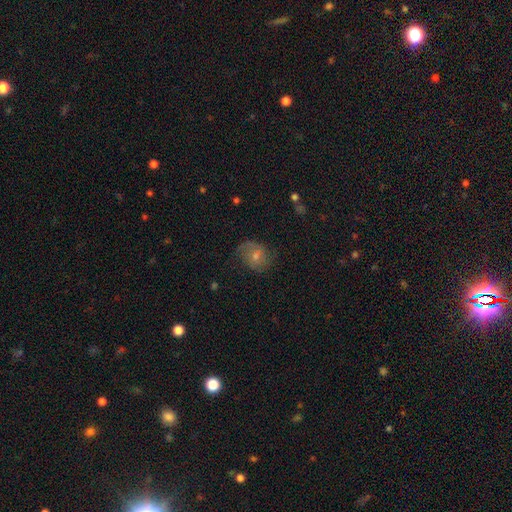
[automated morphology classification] Q: Smooth or featured?
A: featured or disk (50%); runner-up: smooth (35%)
Q: Edge-on disk?
A: no (96%); runner-up: yes (4%)
Q: Merging?
A: none (66%); runner-up: minor disturbance (22%)